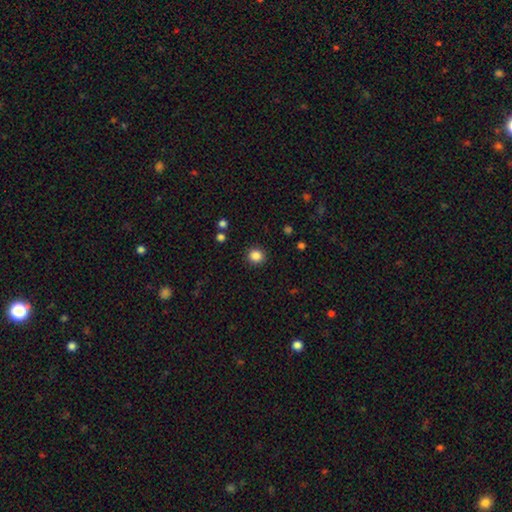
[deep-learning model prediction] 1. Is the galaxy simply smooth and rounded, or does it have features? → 86% smooth, 11% star or artifact, 3% featured or disk.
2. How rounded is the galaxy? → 88% round, 11% in between, 1% cigar-shaped.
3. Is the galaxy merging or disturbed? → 91% none, 6% minor disturbance, 2% major disturbance, 1% merger.